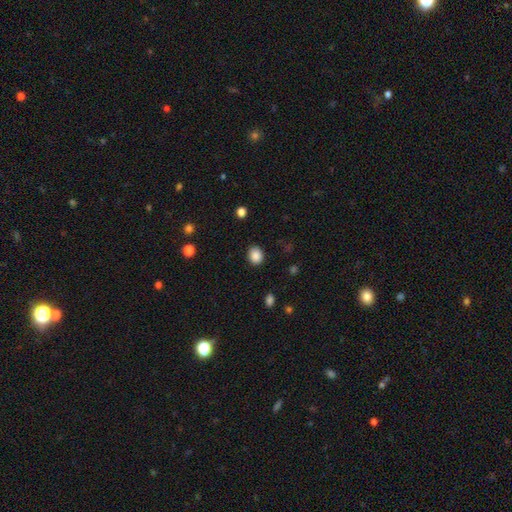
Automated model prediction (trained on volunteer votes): This appears to be a smooth galaxy with no disk features (87%) that is round (61%). Merging: none (88%).